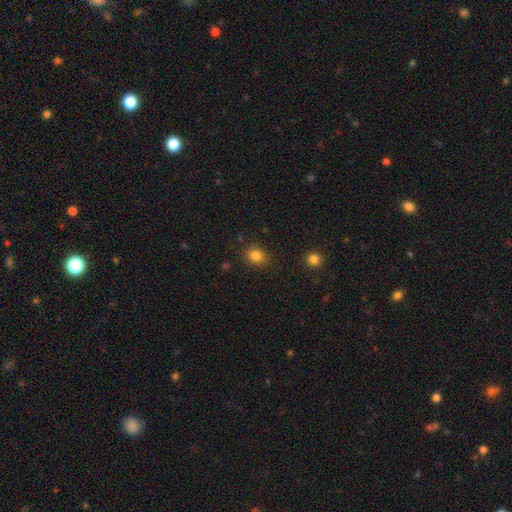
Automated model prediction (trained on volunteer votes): Smooth or featured? smooth (83%)
How rounded? round (59%)
Merging? none (86%)